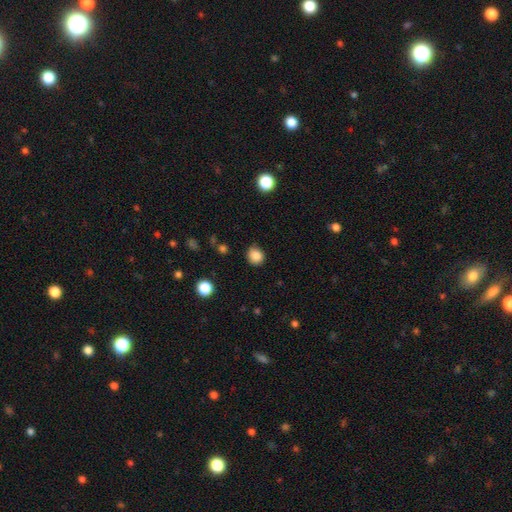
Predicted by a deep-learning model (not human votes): Smooth or featured? smooth (86%)
How rounded? round (79%)
Merging? none (82%)